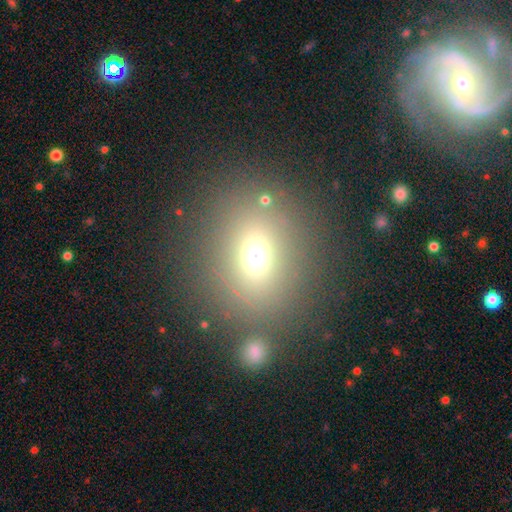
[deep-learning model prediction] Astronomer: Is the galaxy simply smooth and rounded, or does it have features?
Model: smooth — 68%.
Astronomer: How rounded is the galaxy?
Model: round — 68%.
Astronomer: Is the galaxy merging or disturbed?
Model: none — 76%.